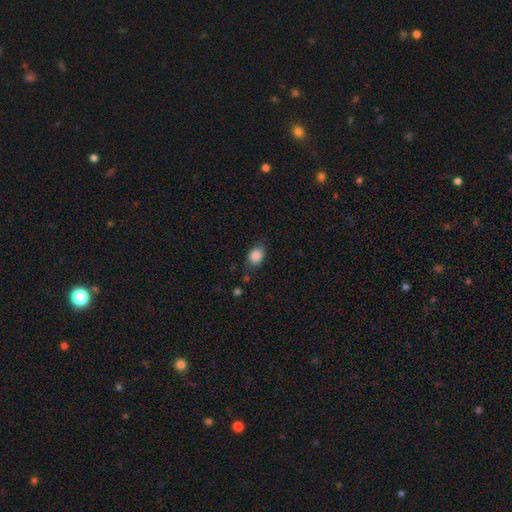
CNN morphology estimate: This is clearly a smooth galaxy (86%). How rounded: likely in between (70%). Merging: likely none (70%).